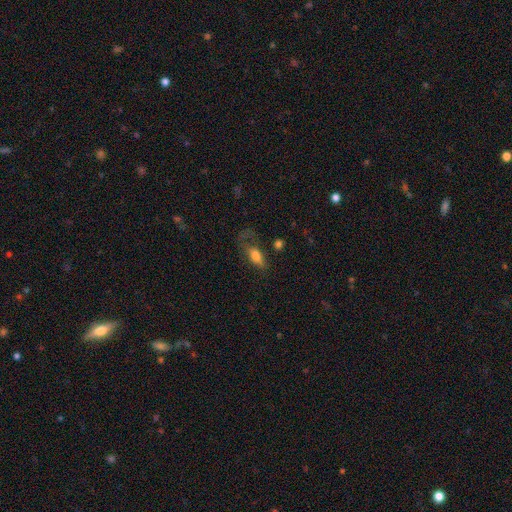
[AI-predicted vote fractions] Smooth or featured?
  - smooth: 69% *
  - featured or disk: 22%
  - star or artifact: 9%
How rounded?
  - in between: 74% *
  - cigar-shaped: 19%
  - round: 6%
Merging?
  - major disturbance: 38% *
  - none: 35%
  - minor disturbance: 23%
  - merger: 4%